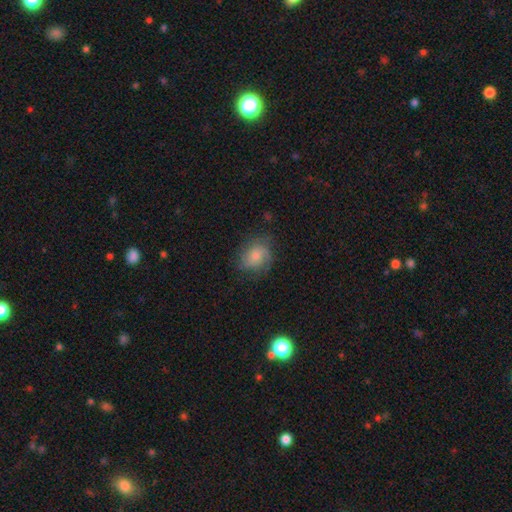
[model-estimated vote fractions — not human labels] The model was most divided on "how rounded": round: 51%, in between: 48%, cigar-shaped: 1%. More confident: merging — none (63%); smooth or featured — smooth (62%).